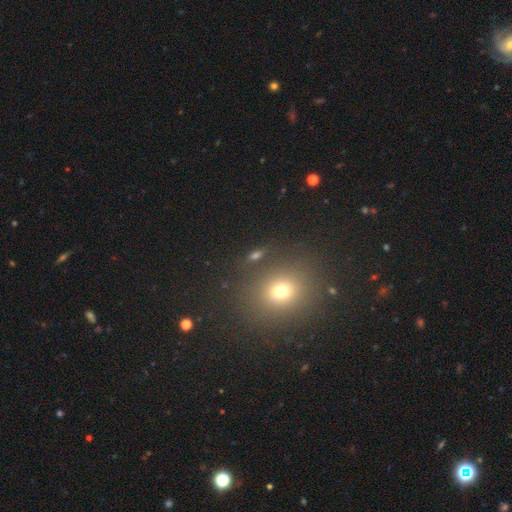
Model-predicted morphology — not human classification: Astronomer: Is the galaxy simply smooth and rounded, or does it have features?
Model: smooth — 60%.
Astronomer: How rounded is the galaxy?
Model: round — 55% (runner-up: in between, 39%).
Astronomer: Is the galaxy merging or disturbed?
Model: none — 82%.